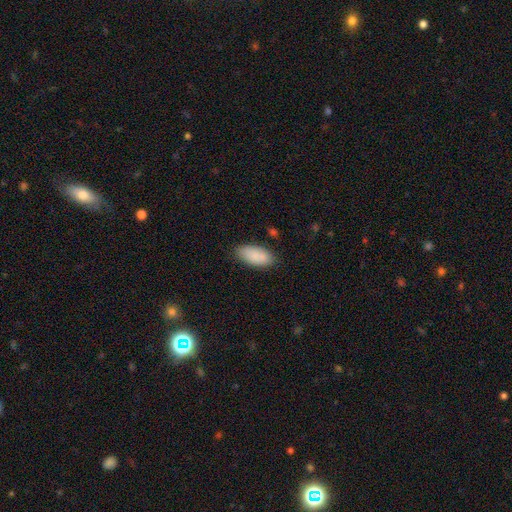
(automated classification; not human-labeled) smooth_or_featured: smooth (p=0.88) [alt: star or artifact p=0.06]
how_rounded: in between (p=0.91) [alt: cigar-shaped p=0.07]
merging: none (p=0.81) [alt: minor disturbance p=0.14]